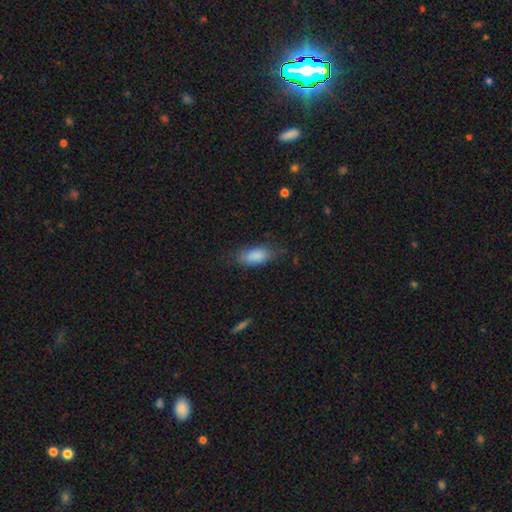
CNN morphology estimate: smooth_or_featured: smooth (p=0.86) [alt: featured or disk p=0.07]
how_rounded: in between (p=0.86) [alt: cigar-shaped p=0.12]
merging: none (p=0.69) [alt: minor disturbance p=0.23]